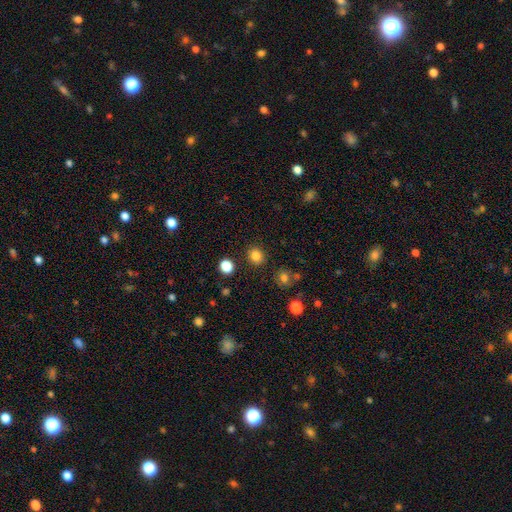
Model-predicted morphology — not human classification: smooth_or_featured: smooth (p=0.83) [alt: star or artifact p=0.12]
how_rounded: round (p=0.82) [alt: in between p=0.17]
merging: none (p=0.89) [alt: minor disturbance p=0.06]